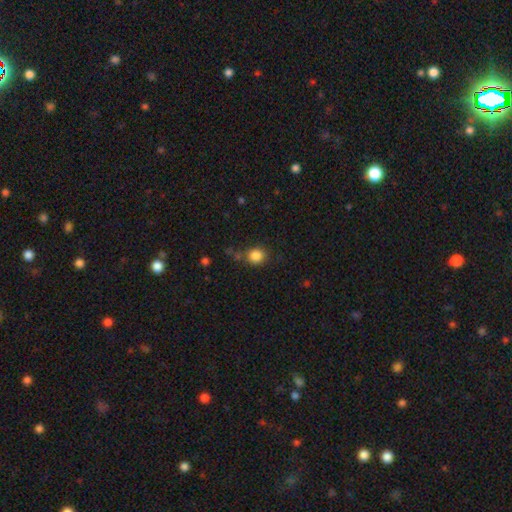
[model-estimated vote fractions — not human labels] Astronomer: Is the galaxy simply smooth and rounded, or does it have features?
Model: smooth — 85%.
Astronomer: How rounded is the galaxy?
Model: round — 83%.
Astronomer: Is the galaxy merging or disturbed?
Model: none — 72%.